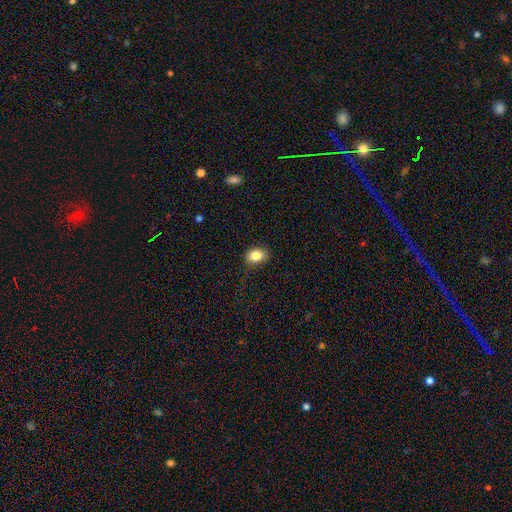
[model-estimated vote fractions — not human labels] Smooth or featured?
  - smooth: 84% *
  - star or artifact: 9%
  - featured or disk: 7%
How rounded?
  - in between: 66% *
  - round: 33%
  - cigar-shaped: 1%
Merging?
  - none: 80% *
  - minor disturbance: 15%
  - major disturbance: 4%
  - merger: 1%